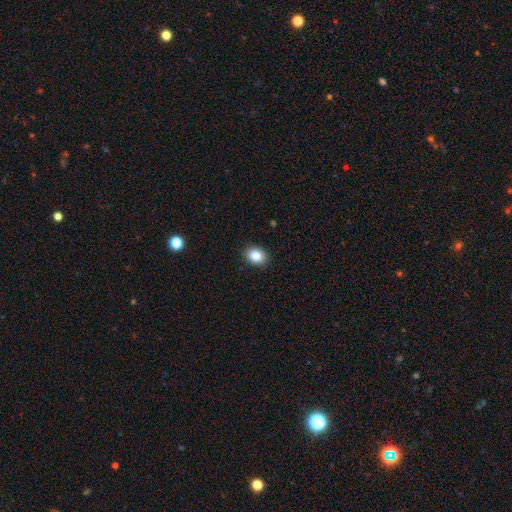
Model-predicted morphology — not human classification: smooth_or_featured: smooth (p=0.86) [alt: star or artifact p=0.09]
how_rounded: in between (p=0.63) [alt: round p=0.36]
merging: none (p=0.90) [alt: minor disturbance p=0.07]